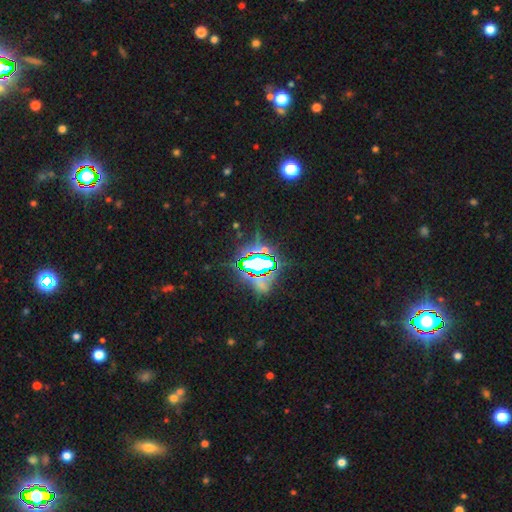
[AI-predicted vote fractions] Smooth or featured? star or artifact (75%)